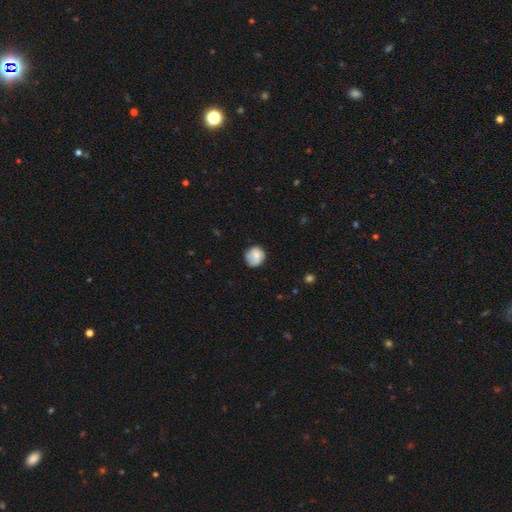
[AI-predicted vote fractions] smooth 71%, featured or disk 21%, star or artifact 8%. Down the decision tree: how rounded — round (80%); merging — none (64%).